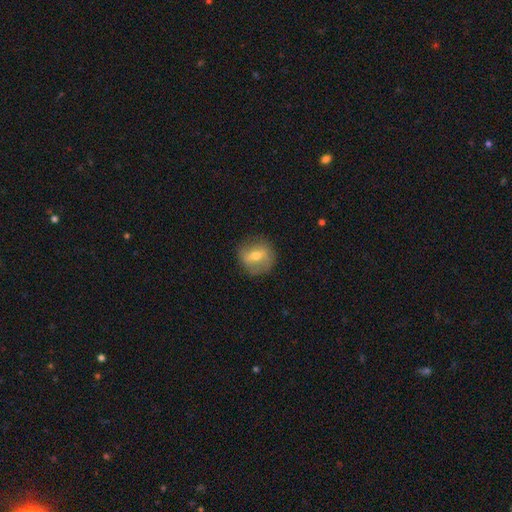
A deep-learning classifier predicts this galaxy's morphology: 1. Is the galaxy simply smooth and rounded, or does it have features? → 47% smooth, 44% featured or disk, 9% star or artifact.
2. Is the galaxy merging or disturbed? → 82% none, 12% minor disturbance, 4% major disturbance, 1% merger.